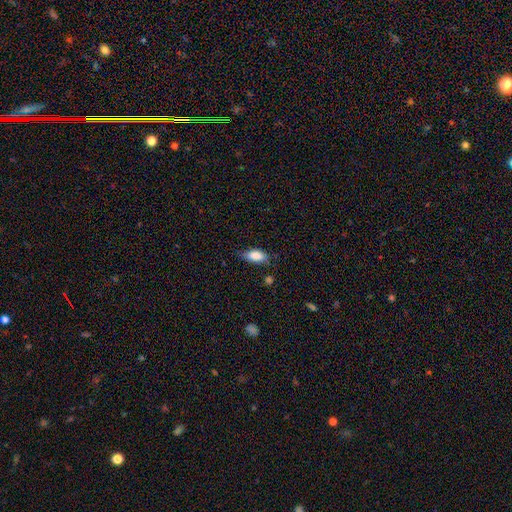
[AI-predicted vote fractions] The model was most divided on "merging": none: 68%, minor disturbance: 25%, major disturbance: 5%, merger: 2%. More confident: how rounded — in between (87%); smooth or featured — smooth (85%).